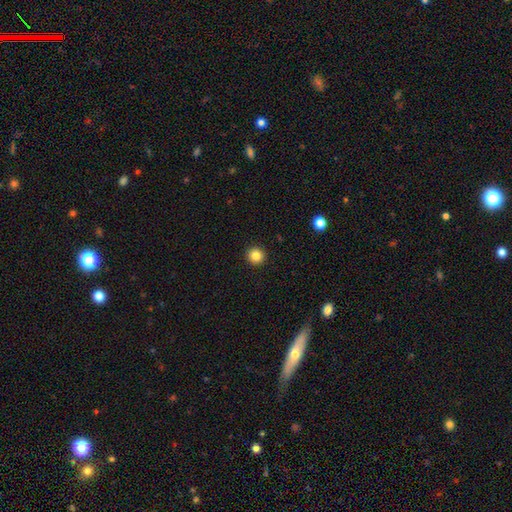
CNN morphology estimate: type=smooth (85%); roundness=round (94%); merging=none (93%).